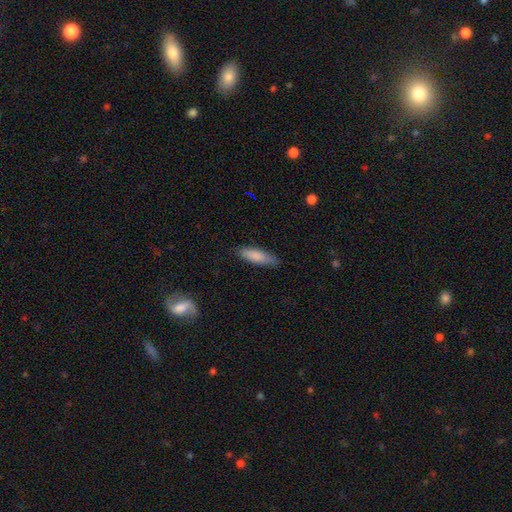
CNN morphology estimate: Smooth or featured: smooth — 85% (featured or disk — 10%)
How rounded: cigar-shaped — 52% (in between — 47%)
Merging: none — 81% (minor disturbance — 15%)